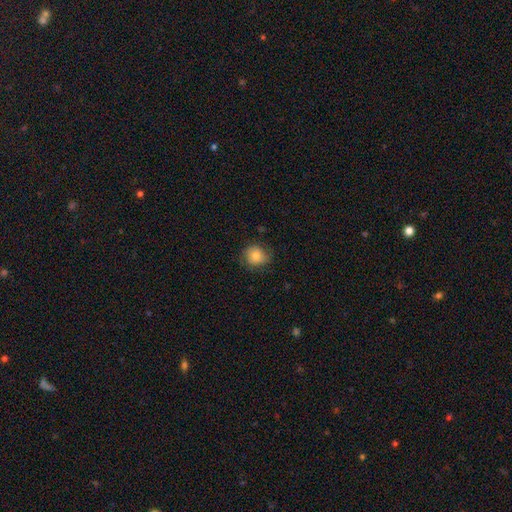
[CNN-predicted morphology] Smooth or featured: smooth — 79% (featured or disk — 13%)
How rounded: round — 77% (in between — 22%)
Merging: none — 71% (minor disturbance — 21%)